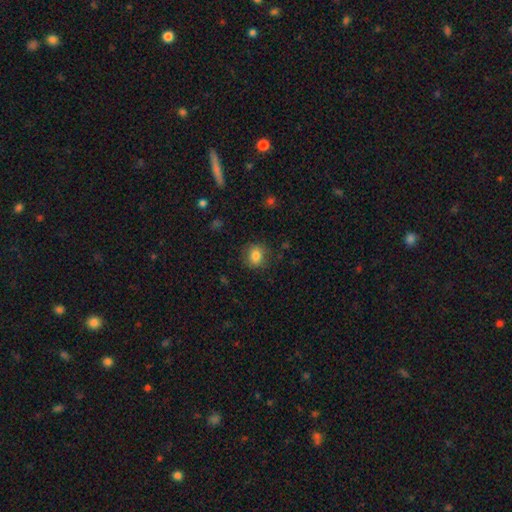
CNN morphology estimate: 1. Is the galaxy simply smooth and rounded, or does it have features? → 83% smooth, 10% star or artifact, 7% featured or disk.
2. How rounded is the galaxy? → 71% round, 28% in between, 1% cigar-shaped.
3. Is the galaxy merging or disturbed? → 83% none, 12% minor disturbance, 4% major disturbance, 1% merger.